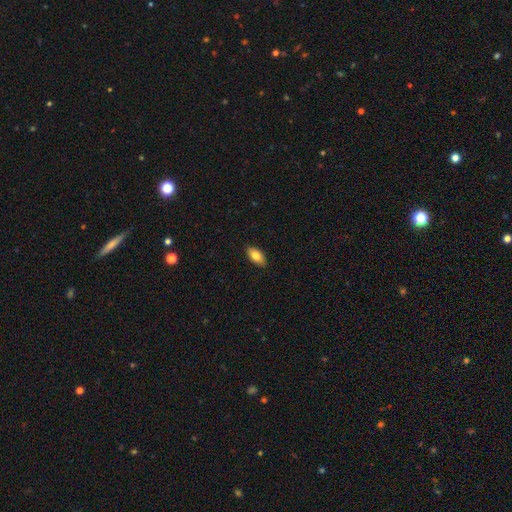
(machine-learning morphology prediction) A smooth galaxy with no disk features (82%) that is in between round and cigar-shaped (92%). Merging: none (89%).